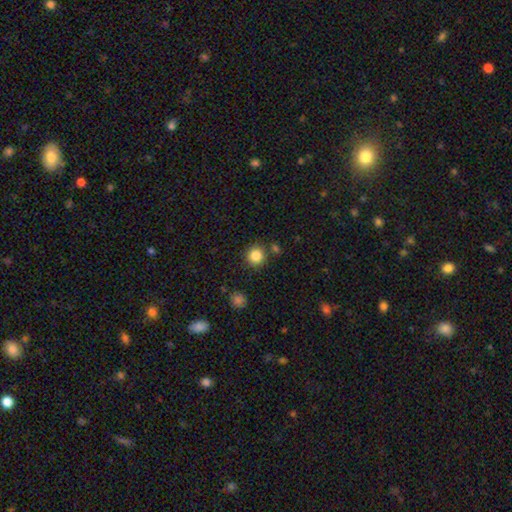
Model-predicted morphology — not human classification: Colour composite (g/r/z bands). It shows a smooth galaxy with no disk features (85%) that is round (92%). Merging: none (83%).